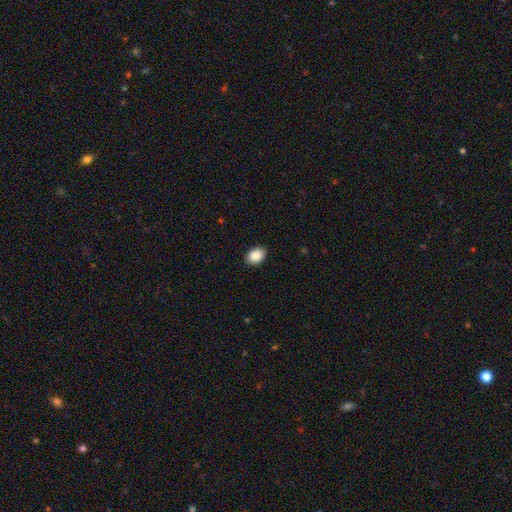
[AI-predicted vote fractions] Overall: smooth (88%). How rounded: in between (77%). Merging: none (90%).